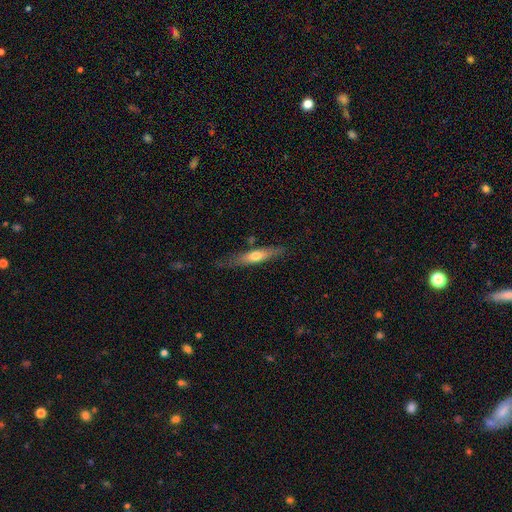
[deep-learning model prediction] Q: Smooth or featured?
A: smooth (53%); runner-up: featured or disk (41%)
Q: How rounded?
A: cigar-shaped (81%); runner-up: in between (17%)
Q: Merging?
A: none (74%); runner-up: minor disturbance (19%)